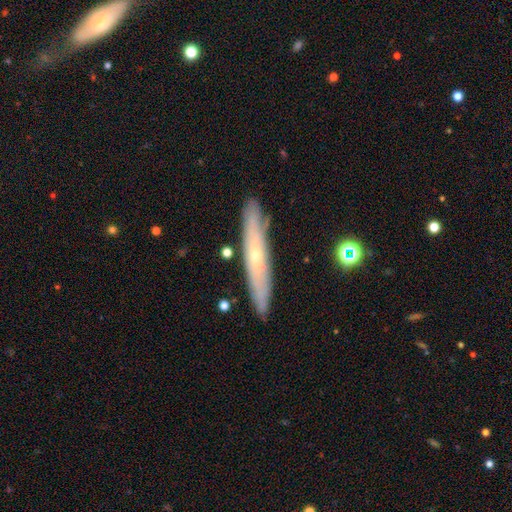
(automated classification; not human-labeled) A featured or disk galaxy (61%) viewed edge-on (72%).

Vote fractions:
- Smooth or featured? featured or disk: 61% / smooth: 32% / star or artifact: 8%
- Edge-on disk? yes: 72% / no: 28%
- Merging? none: 86% / minor disturbance: 10% / major disturbance: 2% / merger: 2%